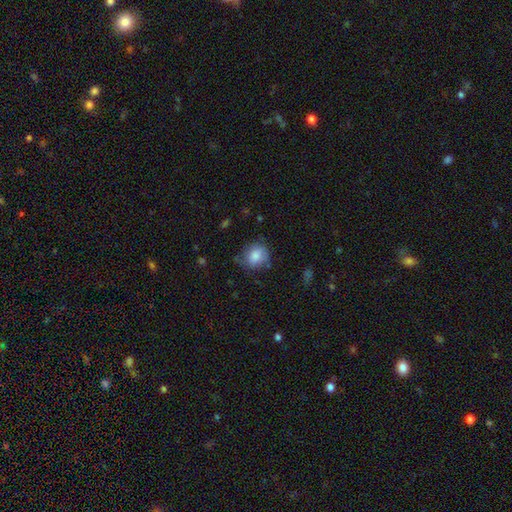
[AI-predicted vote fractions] A smooth galaxy with no disk features (81%) that is round (67%).

Vote fractions:
- Smooth or featured? smooth: 81% / featured or disk: 11% / star or artifact: 8%
- How rounded? round: 67% / in between: 32% / cigar-shaped: 1%
- Merging? none: 64% / minor disturbance: 26% / major disturbance: 8% / merger: 2%